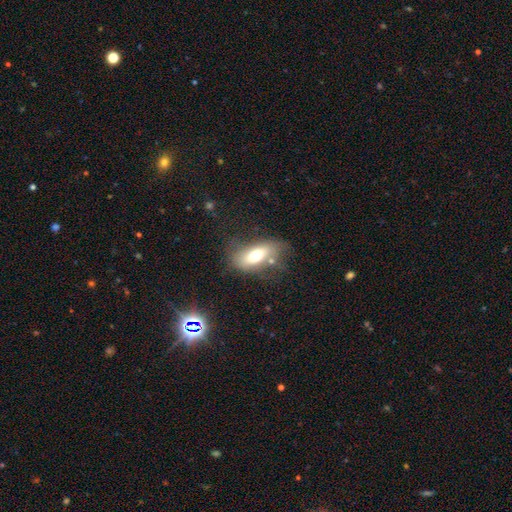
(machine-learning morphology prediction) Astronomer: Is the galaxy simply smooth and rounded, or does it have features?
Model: smooth — 62%.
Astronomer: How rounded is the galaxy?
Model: in between — 85%.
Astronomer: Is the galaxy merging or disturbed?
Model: none — 56%.